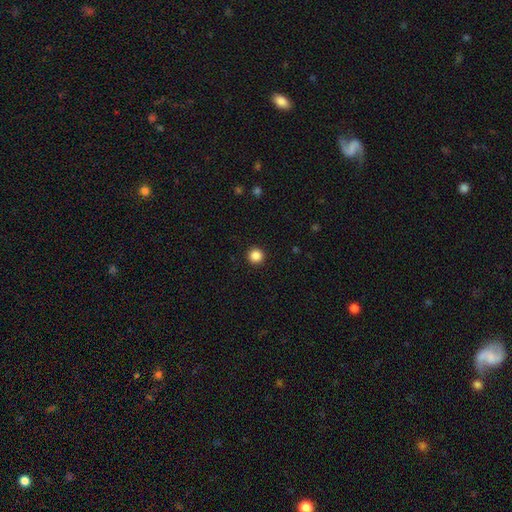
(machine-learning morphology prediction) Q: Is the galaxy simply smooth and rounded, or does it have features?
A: smooth — 86%.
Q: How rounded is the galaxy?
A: round — 96%.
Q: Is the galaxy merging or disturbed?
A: none — 94%.